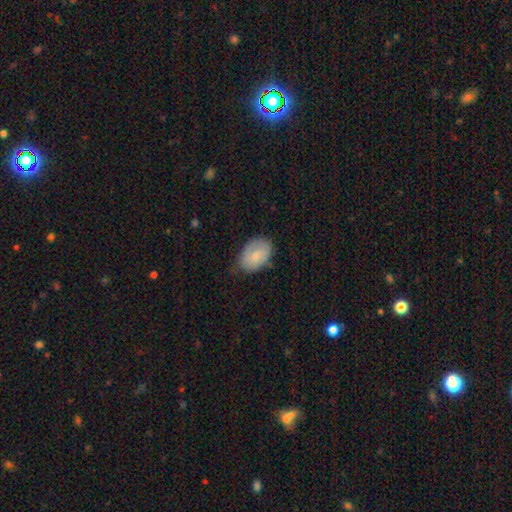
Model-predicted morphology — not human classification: This is likely a smooth galaxy (72%). How rounded: clearly in between (87%). Merging: likely none (60%).